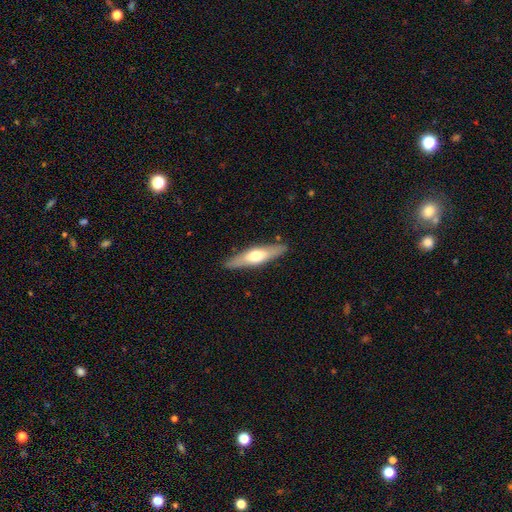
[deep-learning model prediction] Smooth or featured? Predicted: smooth (p=0.48). Merging? Predicted: none (p=0.86).